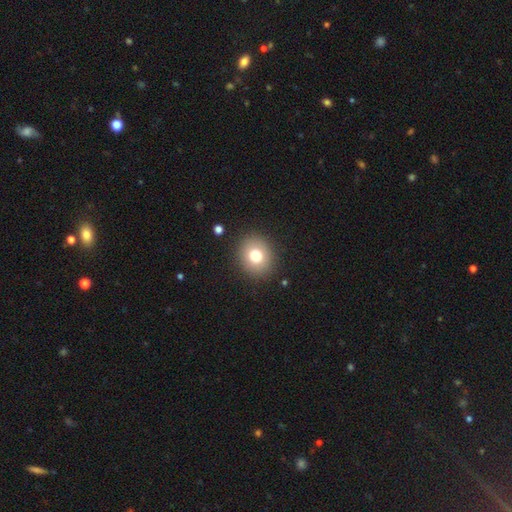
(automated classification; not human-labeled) A smooth galaxy with no disk features (77%) that is round (74%). Merging: none (90%).